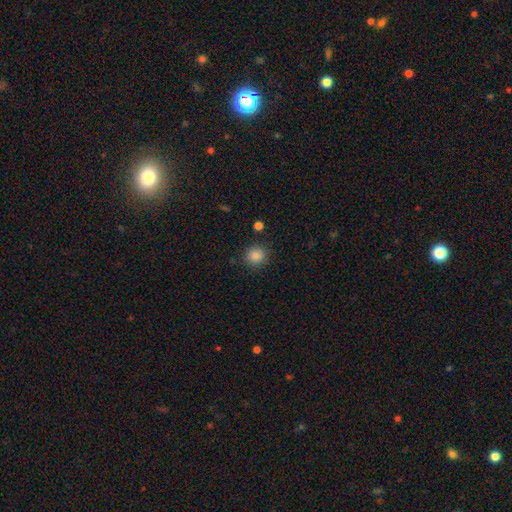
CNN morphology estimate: smooth_or_featured: smooth (p=0.86) [alt: star or artifact p=0.10]
how_rounded: round (p=0.87) [alt: in between p=0.12]
merging: none (p=0.87) [alt: minor disturbance p=0.08]